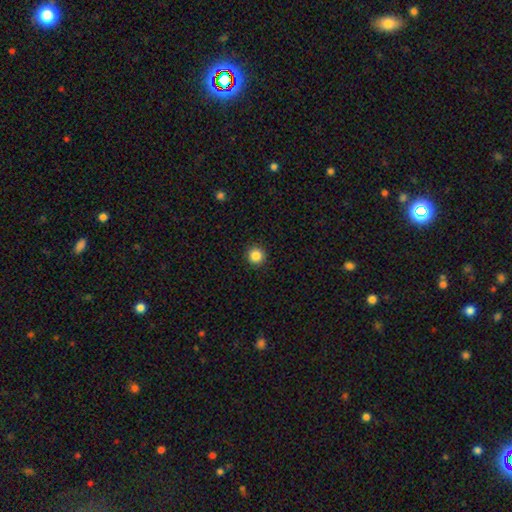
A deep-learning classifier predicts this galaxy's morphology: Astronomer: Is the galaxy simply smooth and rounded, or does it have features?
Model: smooth — 86%.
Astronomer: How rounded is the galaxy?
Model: round — 96%.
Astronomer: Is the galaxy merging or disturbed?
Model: none — 93%.